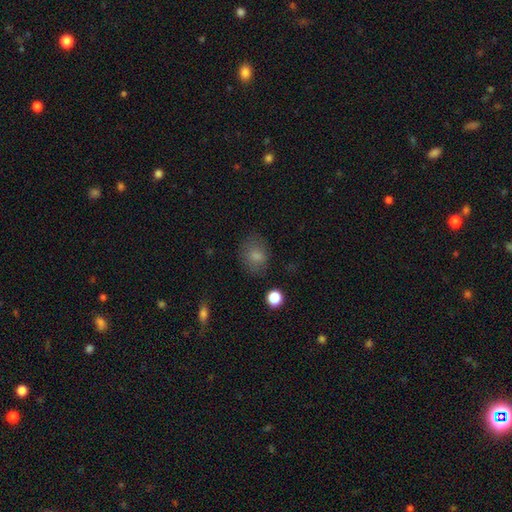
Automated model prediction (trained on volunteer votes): A smooth galaxy with no disk features (80%) that is in between round and cigar-shaped (51%).

Vote fractions:
- Smooth or featured? smooth: 80% / star or artifact: 11% / featured or disk: 9%
- How rounded? in between: 51% / round: 48% / cigar-shaped: 1%
- Merging? none: 73% / minor disturbance: 18% / major disturbance: 7% / merger: 2%